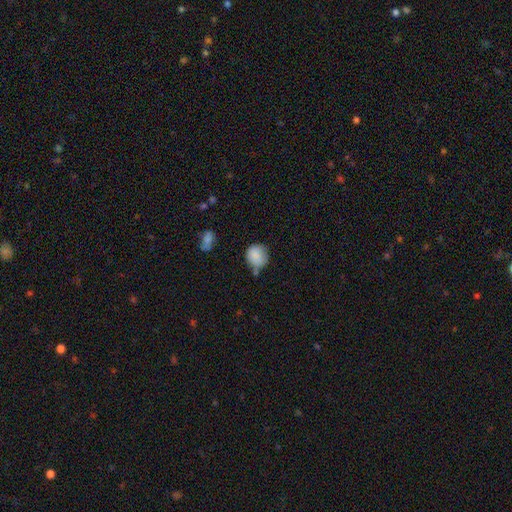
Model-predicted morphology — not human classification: This appears to be a smooth galaxy with no disk features (83%) that is round (82%). Merging: none (59%).